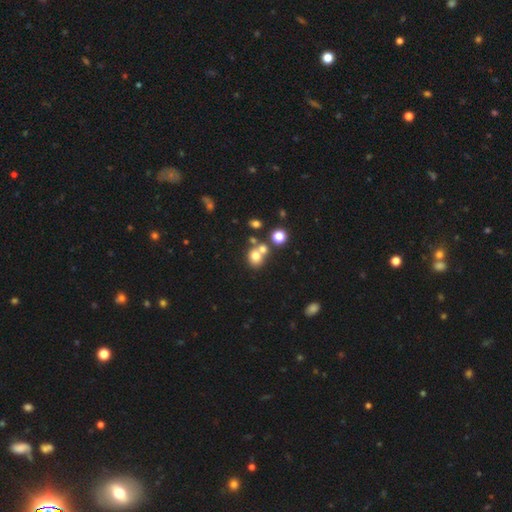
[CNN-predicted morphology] Q: Smooth or featured?
A: smooth (71%); runner-up: star or artifact (15%)
Q: How rounded?
A: round (74%); runner-up: in between (25%)
Q: Merging?
A: none (45%); runner-up: merger (43%)